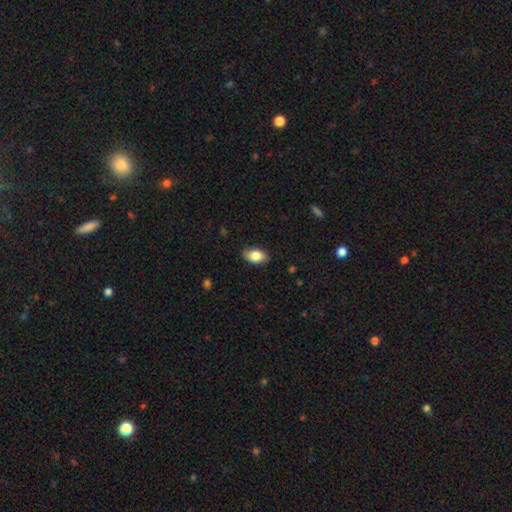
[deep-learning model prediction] smooth_or_featured: smooth (p=0.82) [alt: featured or disk p=0.11]
how_rounded: in between (p=0.90) [alt: round p=0.08]
merging: none (p=0.83) [alt: minor disturbance p=0.13]